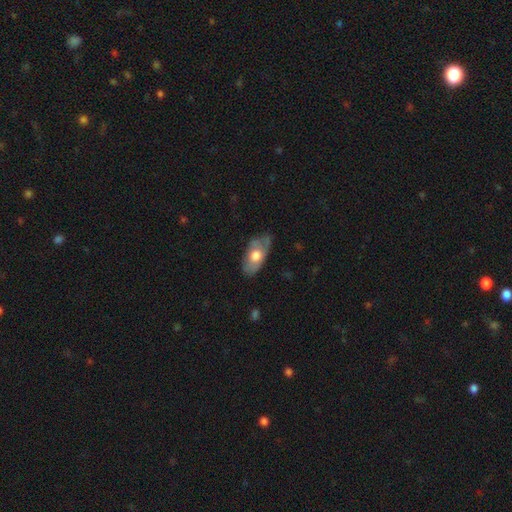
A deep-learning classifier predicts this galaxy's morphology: Q: Smooth or featured?
A: smooth (54%); runner-up: featured or disk (41%)
Q: How rounded?
A: in between (90%); runner-up: cigar-shaped (6%)
Q: Merging?
A: none (64%); runner-up: minor disturbance (27%)